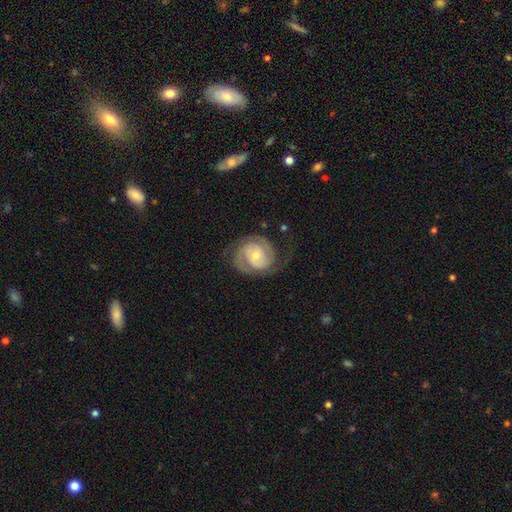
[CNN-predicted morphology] Smooth or featured: featured or disk — 86% (smooth — 9%)
Edge-on disk: no — 98% (yes — 2%)
Bar: no — 56% (weak — 35%)
Spiral arms: yes — 97% (no — 3%)
Spiral winding: tight — 57% (medium — 35%)
Spiral arm count: 2 — 75% (3 — 10%)
Bulge size: moderate — 47% (tied with small — 47%)
Merging: none — 70% (minor disturbance — 17%)